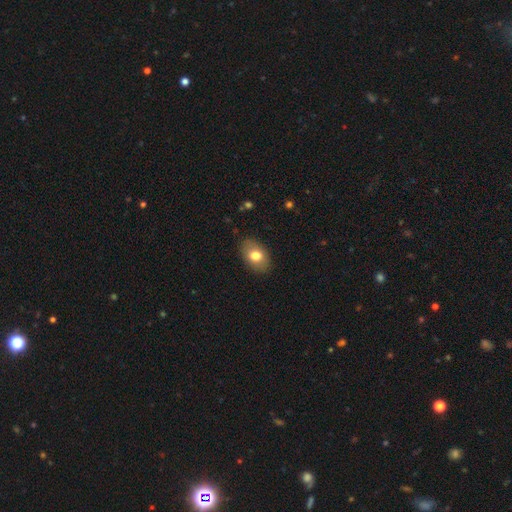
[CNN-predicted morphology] A smooth galaxy with no disk features (76%) that is in between round and cigar-shaped (85%). Merging: none (85%).